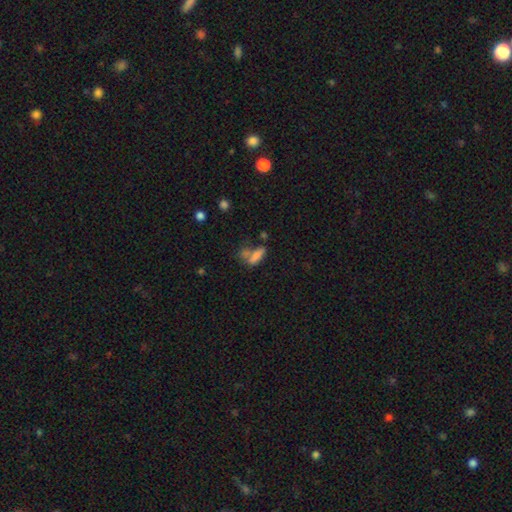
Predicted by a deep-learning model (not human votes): Smooth or featured?
  - smooth: 71% *
  - featured or disk: 16%
  - star or artifact: 13%
How rounded?
  - in between: 53% *
  - cigar-shaped: 42%
  - round: 4%
Merging?
  - none: 38% *
  - merger: 31%
  - minor disturbance: 18%
  - major disturbance: 13%